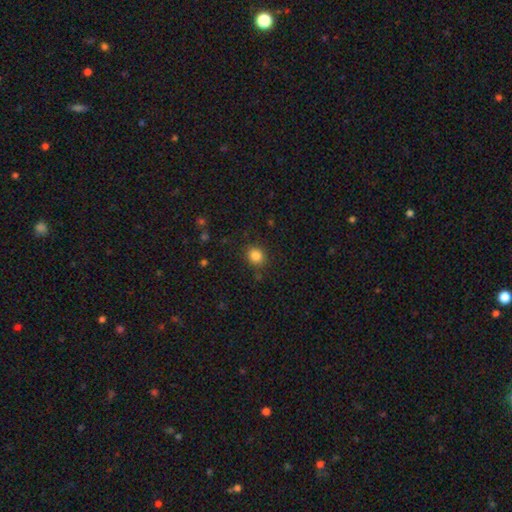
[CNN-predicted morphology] Smooth or featured: smooth — 85% (star or artifact — 11%)
How rounded: round — 78% (in between — 21%)
Merging: none — 86% (minor disturbance — 9%)